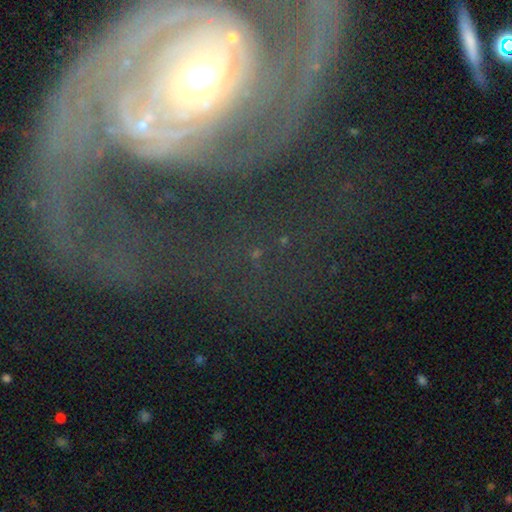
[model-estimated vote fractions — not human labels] Smooth or featured? Predicted: featured or disk (p=0.46). Merging? Predicted: none (p=0.59).